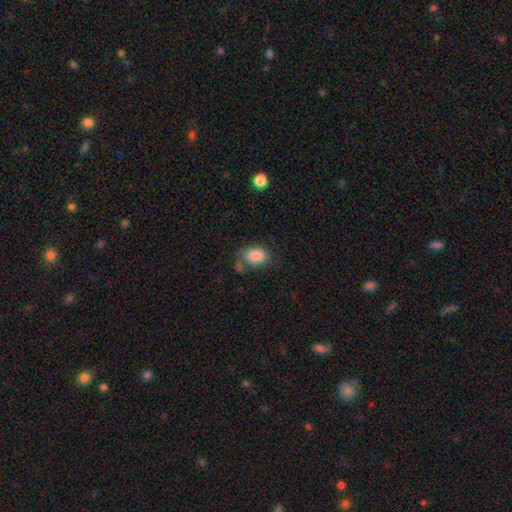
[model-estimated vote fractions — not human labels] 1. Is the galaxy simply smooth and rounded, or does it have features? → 86% smooth, 8% star or artifact, 6% featured or disk.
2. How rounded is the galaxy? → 80% in between, 19% round, 1% cigar-shaped.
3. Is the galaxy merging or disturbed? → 62% none, 19% minor disturbance, 12% merger, 7% major disturbance.